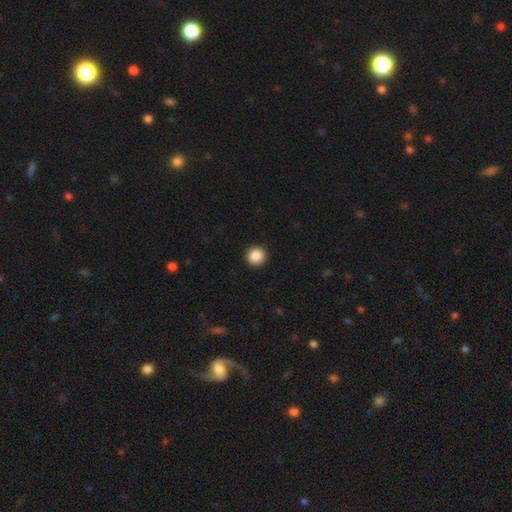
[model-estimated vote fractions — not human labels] This appears to be a smooth galaxy with no disk features (88%) that is round (95%). Merging: none (94%).